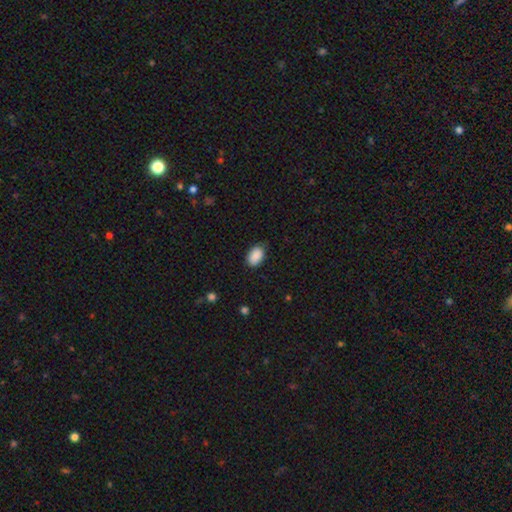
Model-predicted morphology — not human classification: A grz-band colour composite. It shows a smooth galaxy with no disk features (89%) that is in between round and cigar-shaped (90%). Merging: none (81%).